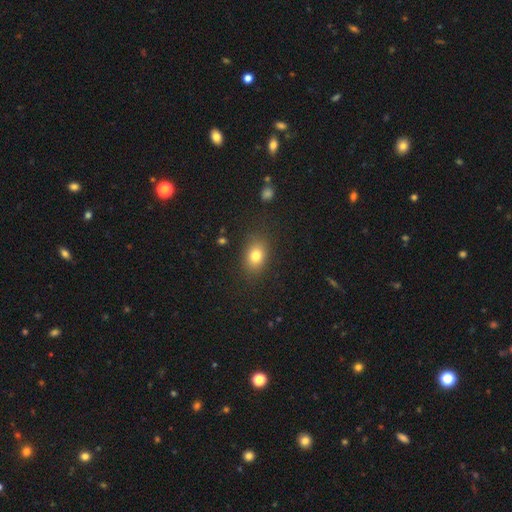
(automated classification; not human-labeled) The model was most divided on "how rounded": in between: 72%, round: 27%, cigar-shaped: 1%. More confident: merging — none (83%); smooth or featured — smooth (79%).